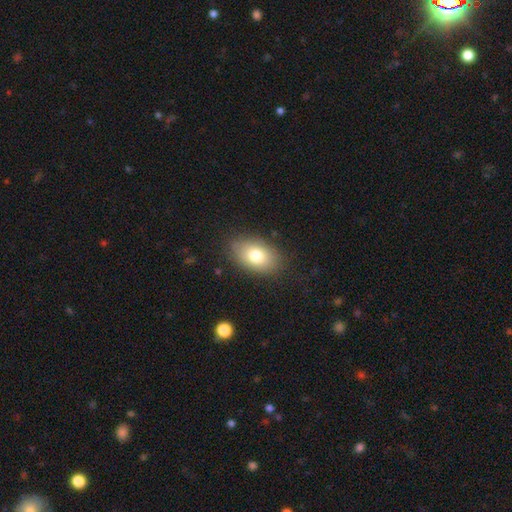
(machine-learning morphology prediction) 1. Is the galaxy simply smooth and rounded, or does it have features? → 78% smooth, 14% featured or disk, 8% star or artifact.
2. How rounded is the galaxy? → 87% in between, 11% round, 1% cigar-shaped.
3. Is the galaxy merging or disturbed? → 83% none, 12% minor disturbance, 4% major disturbance, 1% merger.